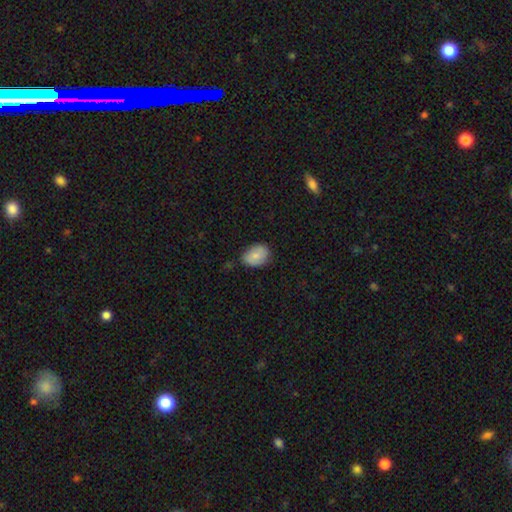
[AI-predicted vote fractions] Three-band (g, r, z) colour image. It shows a smooth galaxy with no disk features (76%) that is in between round and cigar-shaped (77%). Merging: none (71%).